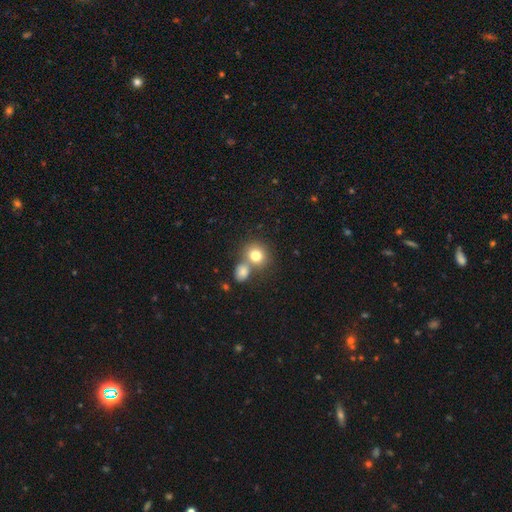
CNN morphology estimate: smooth_or_featured: smooth (p=0.78) [alt: star or artifact p=0.11]
how_rounded: round (p=0.78) [alt: in between p=0.21]
merging: none (p=0.50) [alt: merger p=0.38]